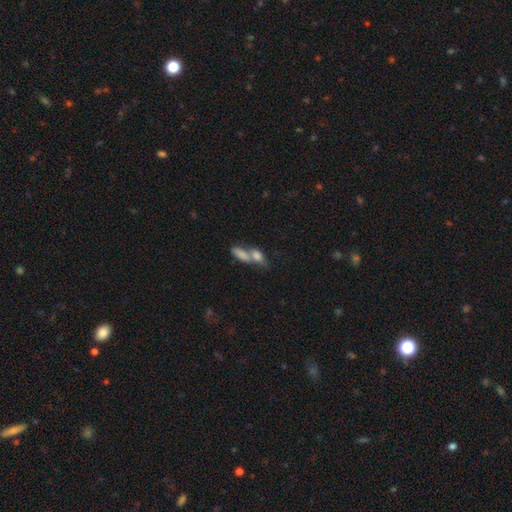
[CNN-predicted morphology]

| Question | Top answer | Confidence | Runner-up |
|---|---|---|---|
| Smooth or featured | smooth | 67% | featured or disk (21%) |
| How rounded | in between | 65% | cigar-shaped (25%) |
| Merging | merger | 66% | none (21%) |